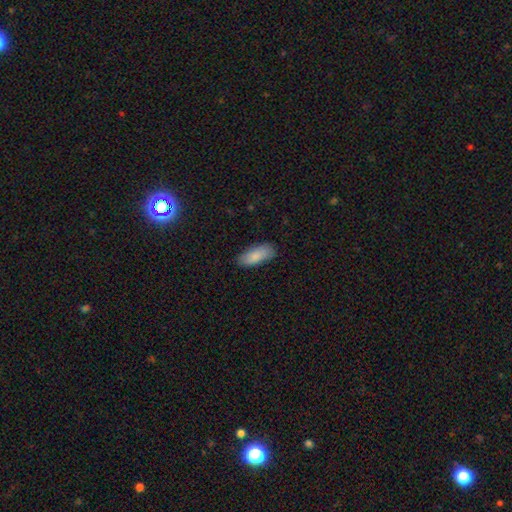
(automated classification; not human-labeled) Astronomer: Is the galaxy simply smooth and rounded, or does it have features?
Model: smooth — 87%.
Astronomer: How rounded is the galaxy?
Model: in between — 81%.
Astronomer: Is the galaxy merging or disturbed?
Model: none — 83%.